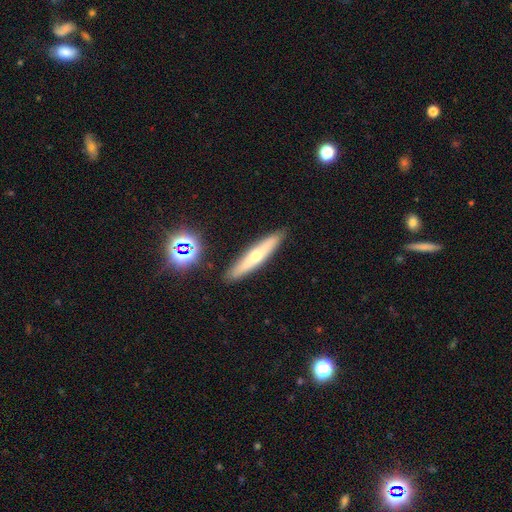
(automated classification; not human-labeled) Overall: featured or disk (47%; smooth 44%). Merging: none (89%).